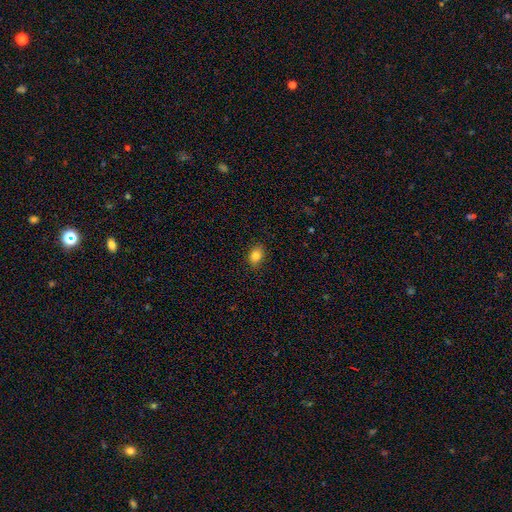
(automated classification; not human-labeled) Smooth or featured? smooth (84%)
How rounded? in between (67%)
Merging? none (88%)